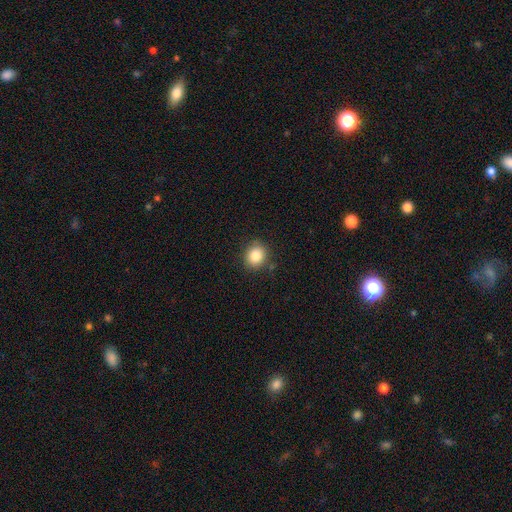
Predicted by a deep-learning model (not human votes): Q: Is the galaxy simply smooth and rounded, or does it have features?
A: smooth — 84%.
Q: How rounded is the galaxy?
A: round — 78%.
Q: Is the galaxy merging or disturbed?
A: none — 86%.